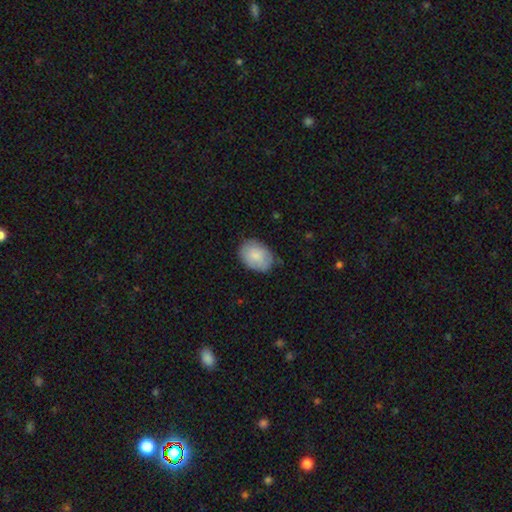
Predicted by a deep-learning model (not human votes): Q: Smooth or featured?
A: smooth (82%); runner-up: featured or disk (12%)
Q: How rounded?
A: in between (75%); runner-up: round (24%)
Q: Merging?
A: none (72%); runner-up: minor disturbance (23%)